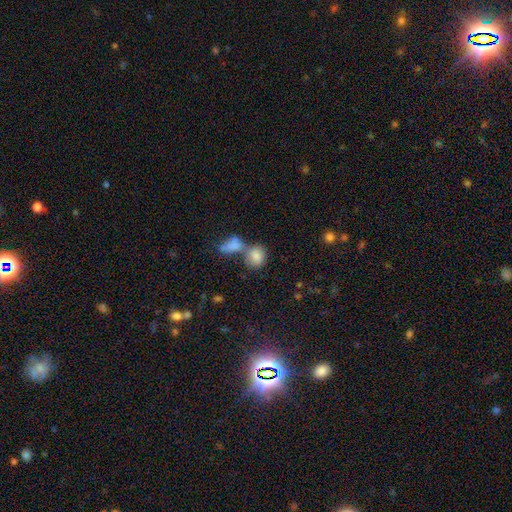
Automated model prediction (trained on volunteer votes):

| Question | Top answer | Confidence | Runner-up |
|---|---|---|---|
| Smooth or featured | smooth | 80% | star or artifact (10%) |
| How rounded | in between | 59% | round (38%) |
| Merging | merger | 51% | none (33%) |